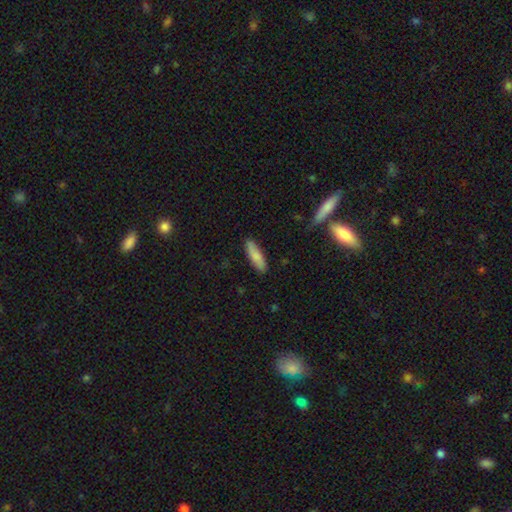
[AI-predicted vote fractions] A smooth galaxy with no disk features (81%) that is cigar-shaped (55%). Merging: none (86%).